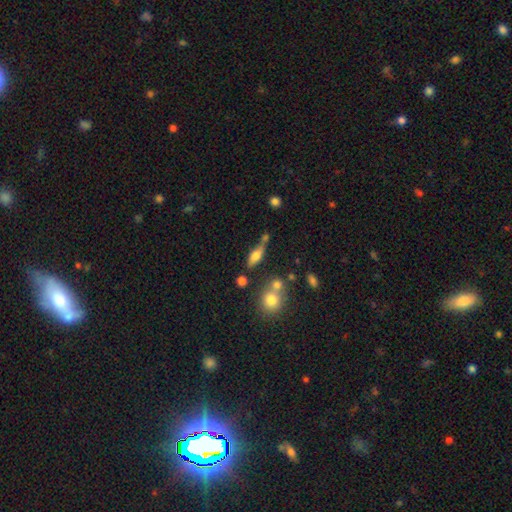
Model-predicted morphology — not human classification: Q: Smooth or featured?
A: smooth (55%); runner-up: featured or disk (35%)
Q: How rounded?
A: in between (59%); runner-up: cigar-shaped (35%)
Q: Merging?
A: none (55%); runner-up: merger (19%)